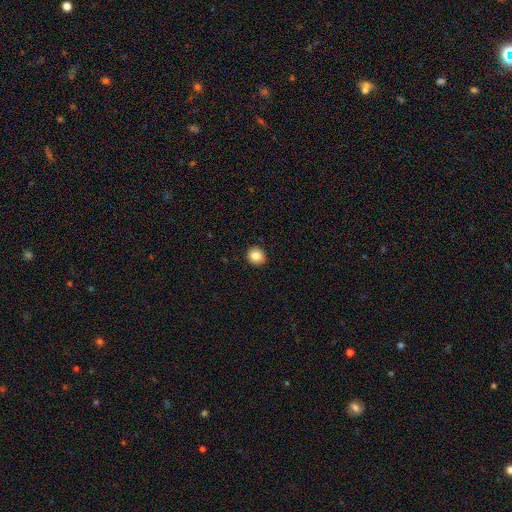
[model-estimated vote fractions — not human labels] A smooth galaxy with no disk features (84%) that is round (86%).

Vote fractions:
- Smooth or featured? smooth: 84% / star or artifact: 9% / featured or disk: 6%
- How rounded? round: 86% / in between: 13% / cigar-shaped: 1%
- Merging? none: 91% / minor disturbance: 6% / major disturbance: 2% / merger: 1%